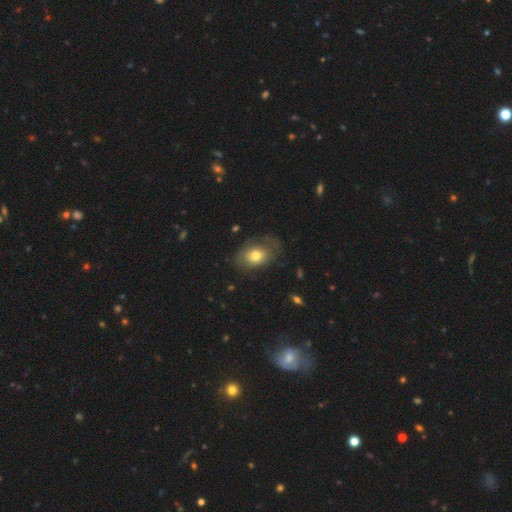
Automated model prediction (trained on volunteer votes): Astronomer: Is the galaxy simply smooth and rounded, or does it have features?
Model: smooth — 65%.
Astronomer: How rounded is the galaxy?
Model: in between — 72%.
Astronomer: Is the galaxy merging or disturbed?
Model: none — 61%.